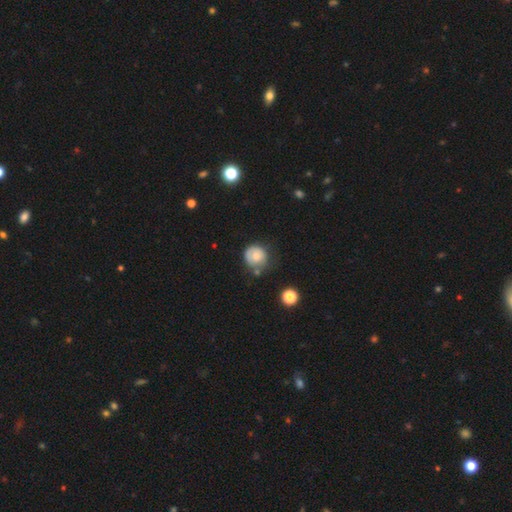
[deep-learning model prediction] smooth 70%, featured or disk 21%, star or artifact 9%. Down the decision tree: how rounded — round (88%); merging — none (58%).